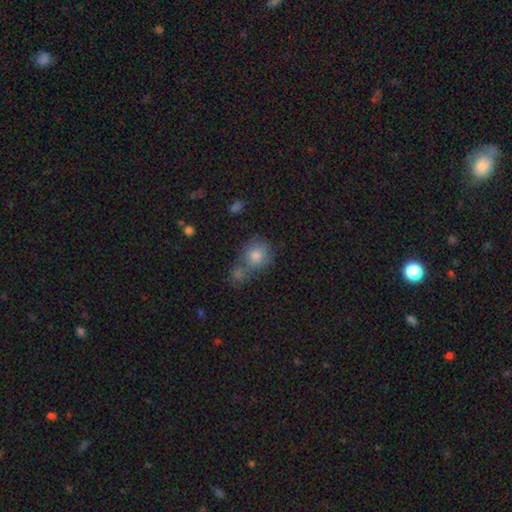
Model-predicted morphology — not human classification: A smooth galaxy with no disk features (78%) that is round (71%). Merging: none (41%, tied with merger).